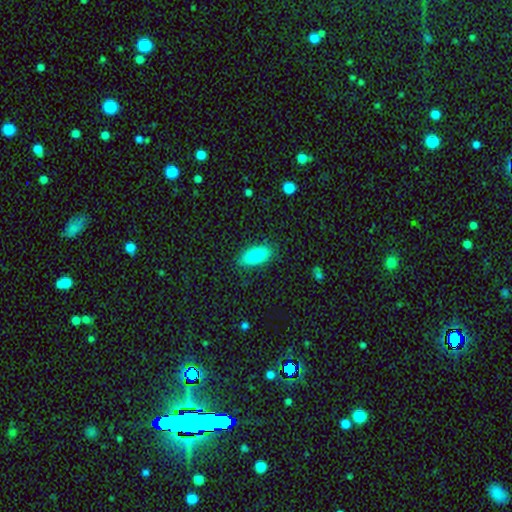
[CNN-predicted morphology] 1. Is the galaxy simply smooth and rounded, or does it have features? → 81% smooth, 12% featured or disk, 7% star or artifact.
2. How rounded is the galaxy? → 72% in between, 26% cigar-shaped, 2% round.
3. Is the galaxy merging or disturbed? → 85% none, 11% minor disturbance, 3% major disturbance, 1% merger.